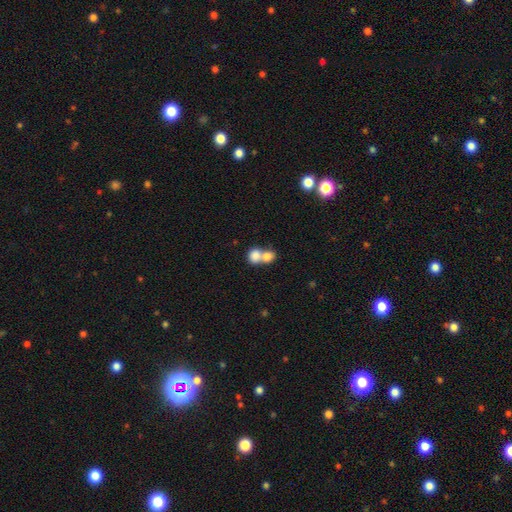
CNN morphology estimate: The model was most divided on "how rounded": round: 59%, in between: 40%, cigar-shaped: 1%. More confident: smooth or featured — smooth (80%); merging — merger (71%).